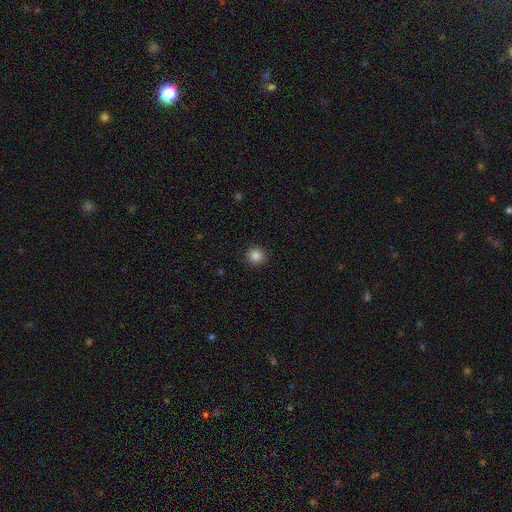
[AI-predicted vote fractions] smooth-or-featured: smooth: 84% | star or artifact: 11% | featured or disk: 4%
  how-rounded: round: 94% | in between: 6% | cigar-shaped: 1%
  merging: none: 92% | minor disturbance: 5% | major disturbance: 2% | merger: 1%